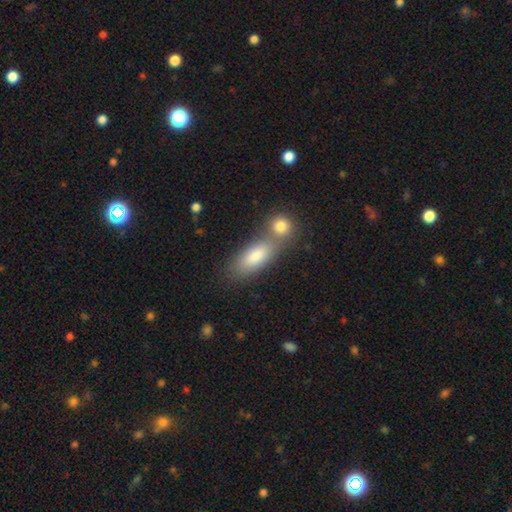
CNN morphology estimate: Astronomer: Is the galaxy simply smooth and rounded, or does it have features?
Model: smooth — 80%.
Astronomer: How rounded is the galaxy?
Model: in between — 74%.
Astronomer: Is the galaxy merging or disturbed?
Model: none — 46% (runner-up: merger, 39%).